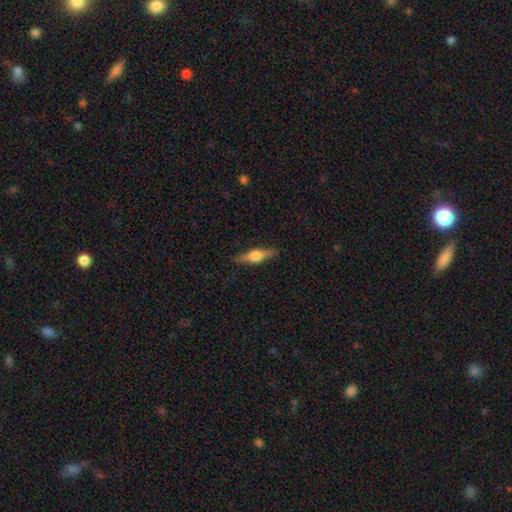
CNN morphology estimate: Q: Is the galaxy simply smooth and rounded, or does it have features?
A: featured or disk — 63%.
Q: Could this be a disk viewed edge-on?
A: yes — 97%.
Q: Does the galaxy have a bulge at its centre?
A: rounded — 93%.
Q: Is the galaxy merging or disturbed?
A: none — 88%.